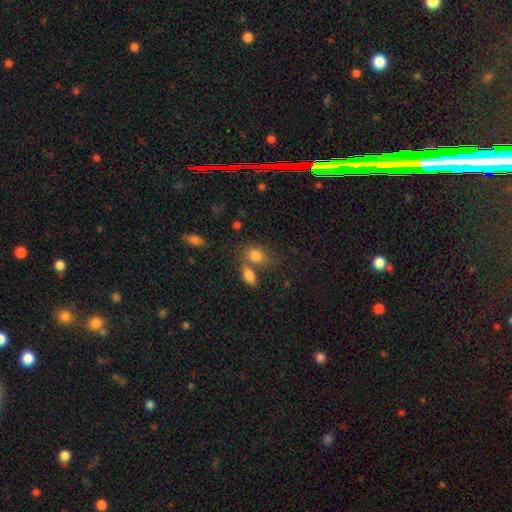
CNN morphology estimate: type=smooth (82%); roundness=in between (69%); merging=none (41%).